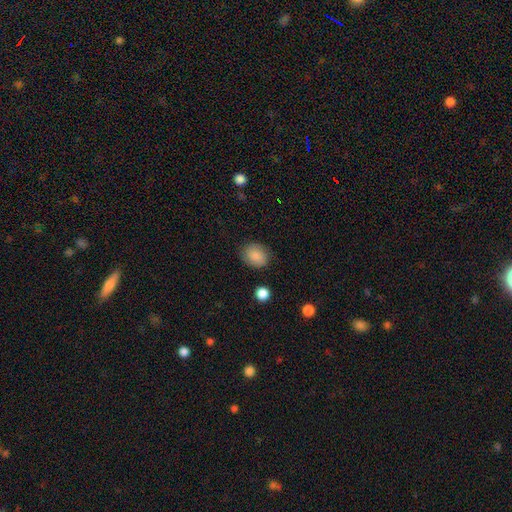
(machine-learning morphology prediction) smooth_or_featured: smooth (p=0.85) [alt: star or artifact p=0.08]
how_rounded: round (p=0.56) [alt: in between p=0.43]
merging: none (p=0.84) [alt: minor disturbance p=0.12]